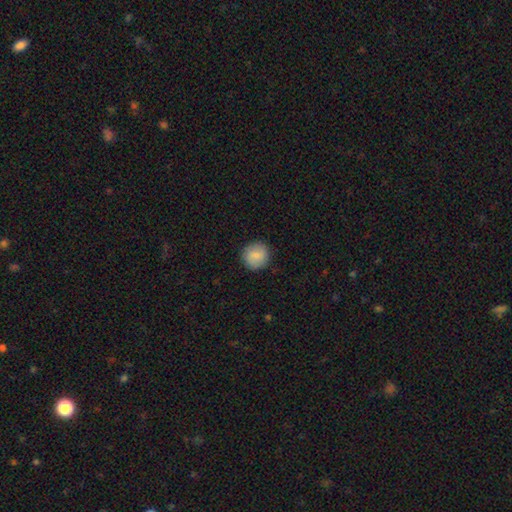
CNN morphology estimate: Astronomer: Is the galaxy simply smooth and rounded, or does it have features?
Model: smooth — 83%.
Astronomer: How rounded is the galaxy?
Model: round — 92%.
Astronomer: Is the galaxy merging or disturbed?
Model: none — 89%.